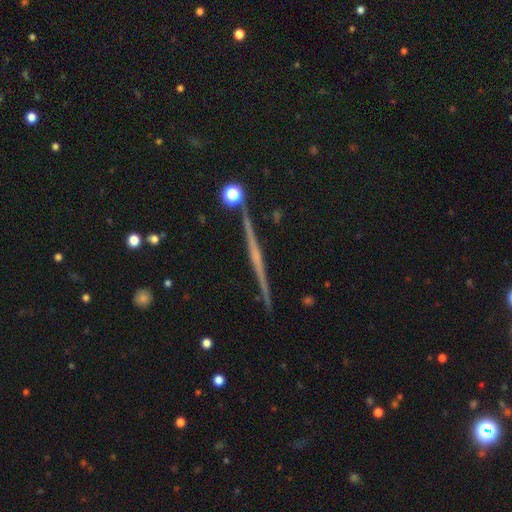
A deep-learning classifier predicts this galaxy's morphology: Smooth or featured? featured or disk (71%)
Edge-on disk? yes (98%)
Edge-on bulge? none (57%)
Merging? none (90%)